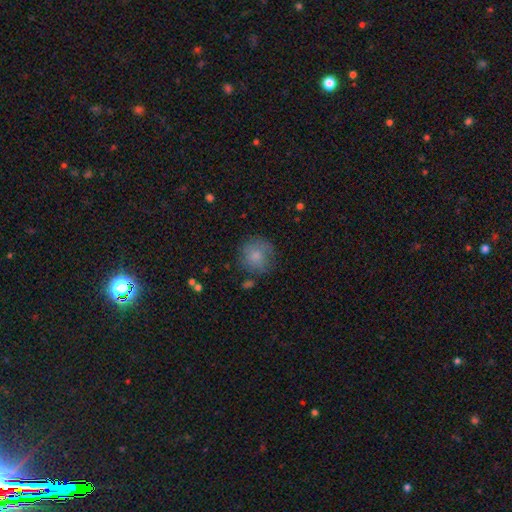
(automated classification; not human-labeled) smooth-or-featured: smooth: 77% | featured or disk: 14% | star or artifact: 9%
  how-rounded: round: 90% | in between: 9% | cigar-shaped: 1%
  merging: none: 70% | minor disturbance: 20% | major disturbance: 8% | merger: 3%